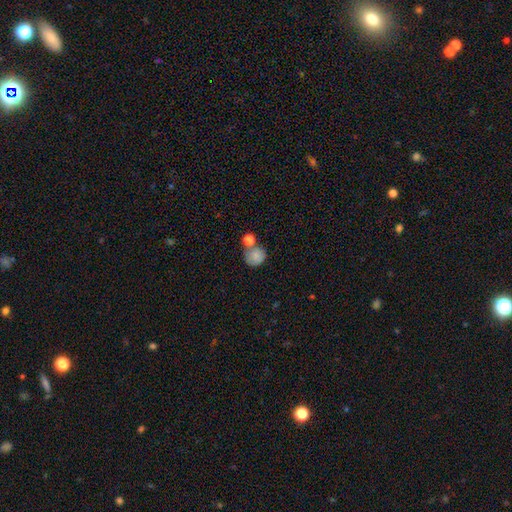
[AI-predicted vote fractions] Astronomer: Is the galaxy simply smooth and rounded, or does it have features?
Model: smooth — 81%.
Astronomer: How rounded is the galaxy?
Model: round — 84%.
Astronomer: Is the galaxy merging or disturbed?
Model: none — 53%.